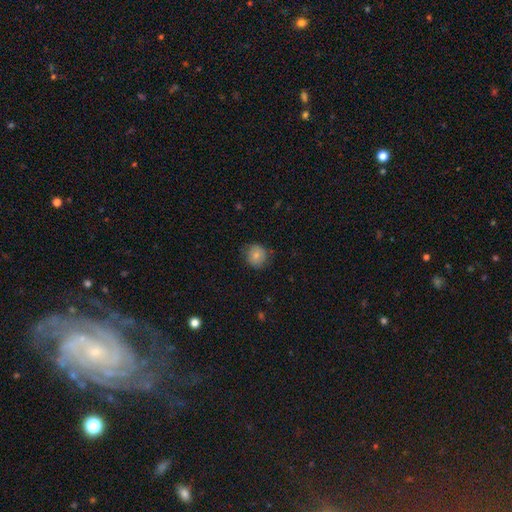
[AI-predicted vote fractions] Smooth or featured: smooth — 72% (featured or disk — 18%)
How rounded: round — 88% (in between — 11%)
Merging: none — 79% (minor disturbance — 16%)